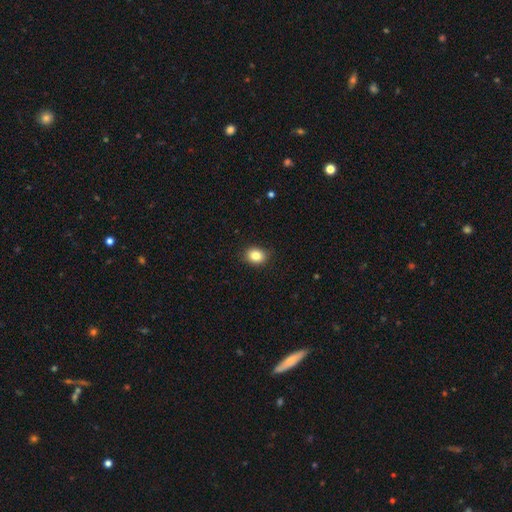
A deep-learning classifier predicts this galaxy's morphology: smooth 84%, star or artifact 10%, featured or disk 6%. Down the decision tree: how rounded — in between (53%); merging — none (87%).